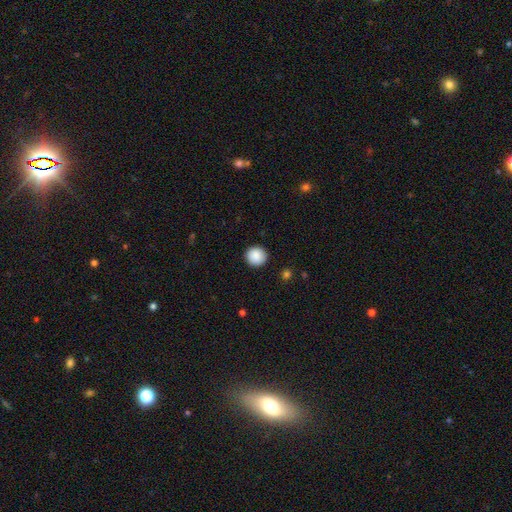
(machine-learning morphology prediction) smooth_or_featured: smooth (p=0.89) [alt: star or artifact p=0.08]
how_rounded: round (p=0.92) [alt: in between p=0.07]
merging: none (p=0.92) [alt: minor disturbance p=0.06]